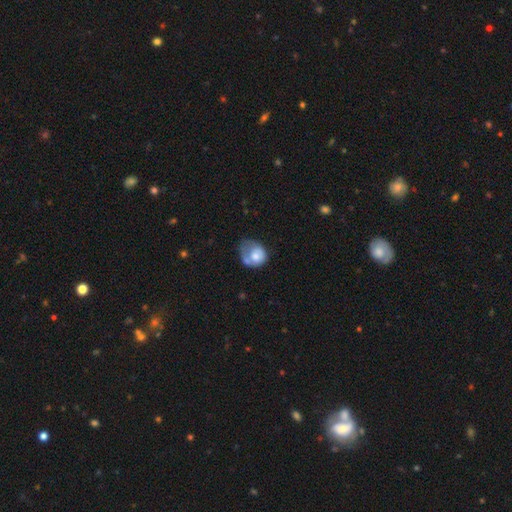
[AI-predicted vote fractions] This is likely a smooth galaxy (64%). How rounded: possibly round (58%). Merging: marginally major disturbance (33%).